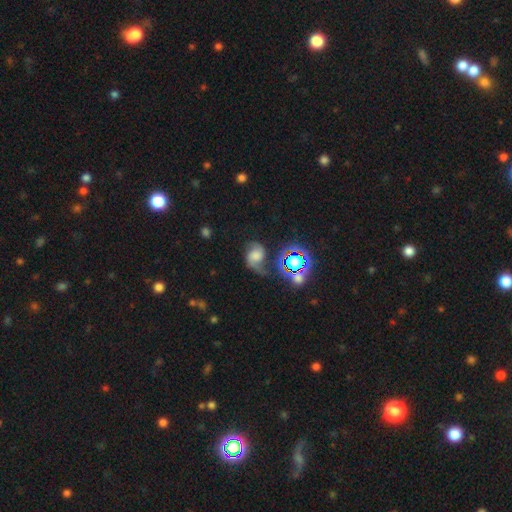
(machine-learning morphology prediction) The model was most divided on "spiral winding": loose: 45%, medium: 42%, tight: 13%. Remaining: edge-on disk — no (97%); spiral arms — yes (92%); spiral arm count — 2 (76%); bar — no (61%); smooth or featured — featured or disk (60%); merging — none (44%); bulge size — moderate (28%).